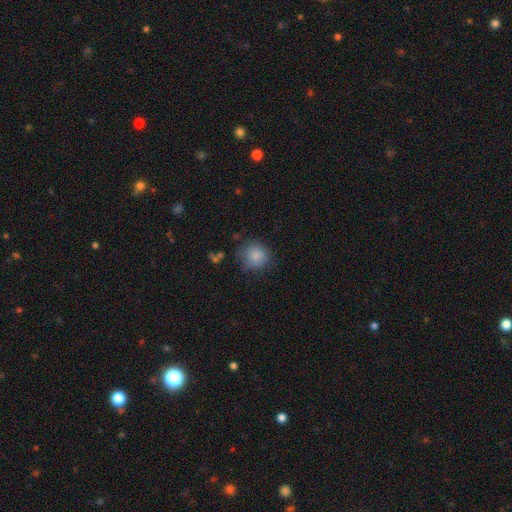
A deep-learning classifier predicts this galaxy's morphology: This is clearly a smooth galaxy (83%). How rounded: clearly round (88%). Merging: likely none (70%).